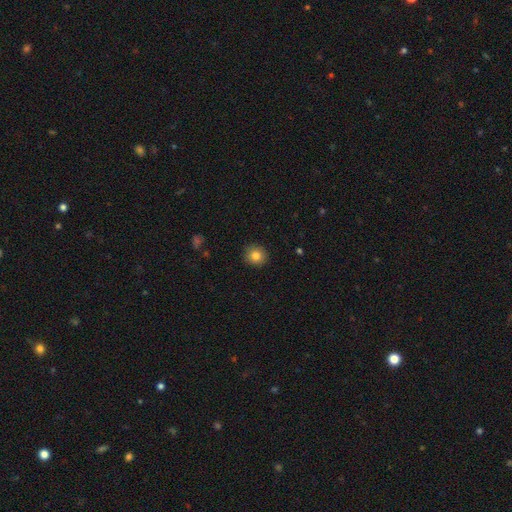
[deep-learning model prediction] A smooth galaxy with no disk features (83%) that is round (92%).

Vote fractions:
- Smooth or featured? smooth: 83% / star or artifact: 10% / featured or disk: 7%
- How rounded? round: 92% / in between: 8% / cigar-shaped: 1%
- Merging? none: 91% / minor disturbance: 6% / major disturbance: 2% / merger: 1%